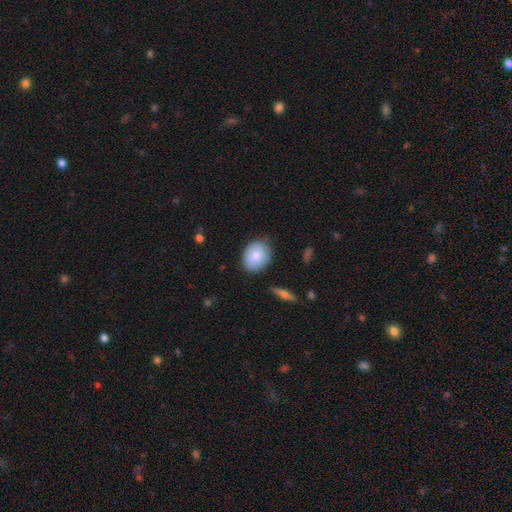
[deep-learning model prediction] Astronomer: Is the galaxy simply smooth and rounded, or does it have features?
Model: smooth — 83%.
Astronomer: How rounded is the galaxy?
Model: in between — 58% (runner-up: round, 41%).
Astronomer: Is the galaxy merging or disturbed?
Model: none — 81%.